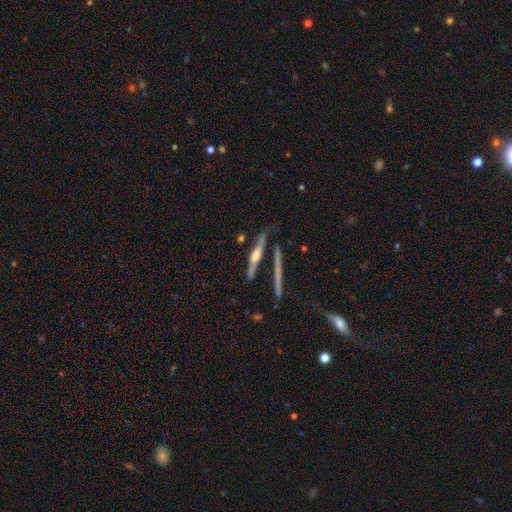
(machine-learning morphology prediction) This is likely a featured or disk galaxy (69%). It is clearly viewed edge-on (94%). Edge-on bulge: likely rounded (74%). Merging: likely none (70%).